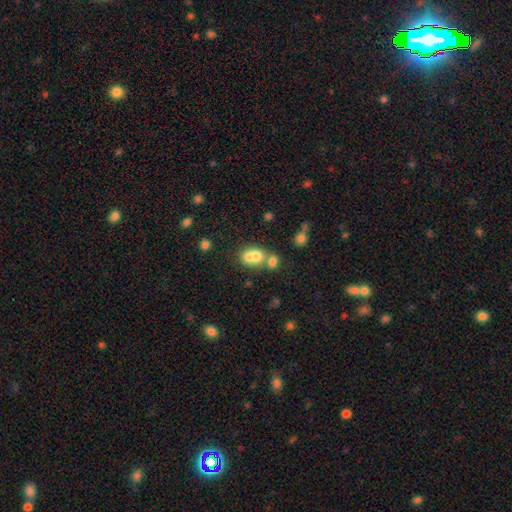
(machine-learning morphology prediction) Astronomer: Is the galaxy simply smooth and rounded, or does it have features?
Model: smooth — 71%.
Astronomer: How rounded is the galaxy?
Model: in between — 55% (runner-up: round, 44%).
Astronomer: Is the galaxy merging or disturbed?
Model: merger — 61%.